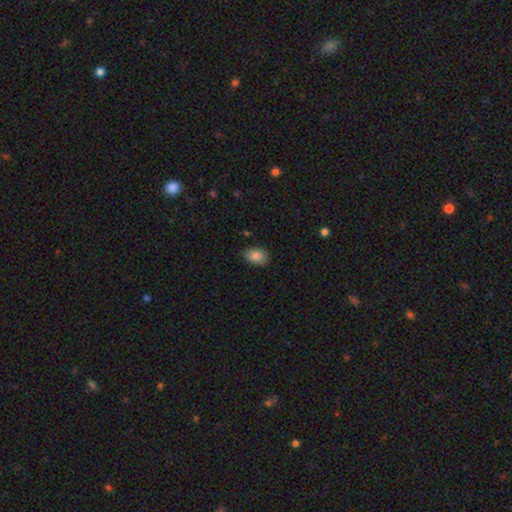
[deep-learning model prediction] Smooth or featured?
  - smooth: 87% *
  - star or artifact: 8%
  - featured or disk: 6%
How rounded?
  - in between: 87% *
  - round: 12%
  - cigar-shaped: 1%
Merging?
  - none: 80% *
  - minor disturbance: 16%
  - major disturbance: 3%
  - merger: 1%